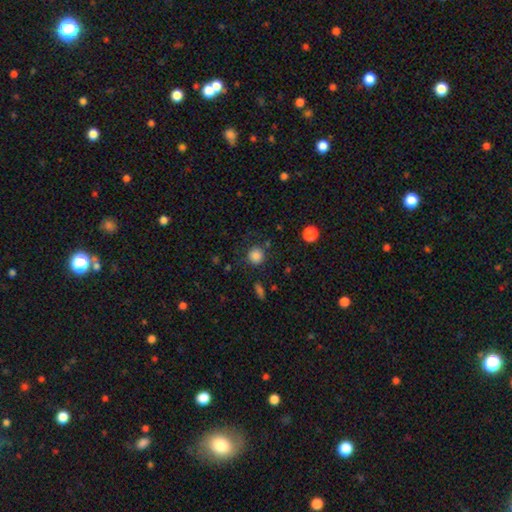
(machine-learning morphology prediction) smooth_or_featured: smooth (p=0.84) [alt: star or artifact p=0.12]
how_rounded: round (p=0.91) [alt: in between p=0.08]
merging: none (p=0.82) [alt: minor disturbance p=0.10]